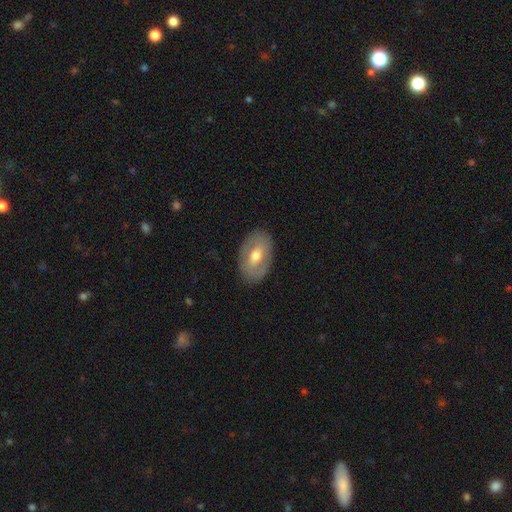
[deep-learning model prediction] Q: Smooth or featured?
A: featured or disk (50%); runner-up: smooth (43%)
Q: Edge-on disk?
A: no (90%); runner-up: yes (10%)
Q: Merging?
A: none (85%); runner-up: minor disturbance (11%)